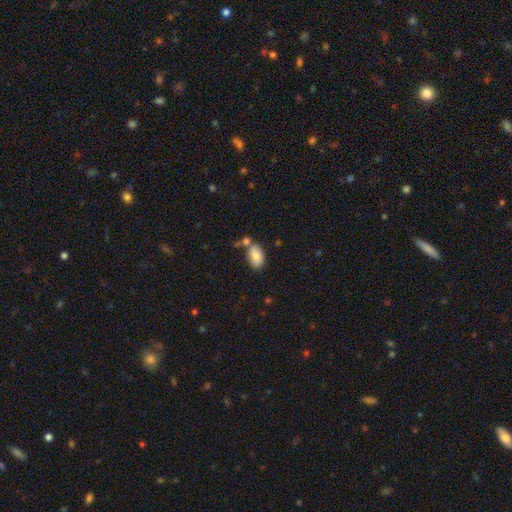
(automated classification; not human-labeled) smooth_or_featured: smooth (p=0.81) [alt: featured or disk p=0.12]
how_rounded: in between (p=0.91) [alt: round p=0.07]
merging: none (p=0.49) [alt: merger p=0.28]